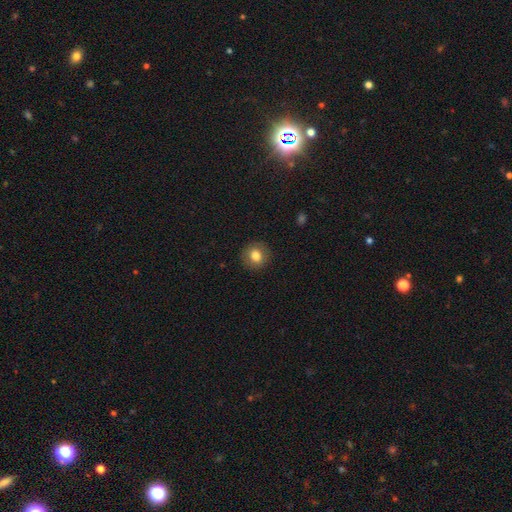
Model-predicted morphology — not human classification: The model was most divided on "smooth or featured": smooth: 80%, featured or disk: 11%, star or artifact: 9%. More confident: merging — none (90%); how rounded — round (86%).